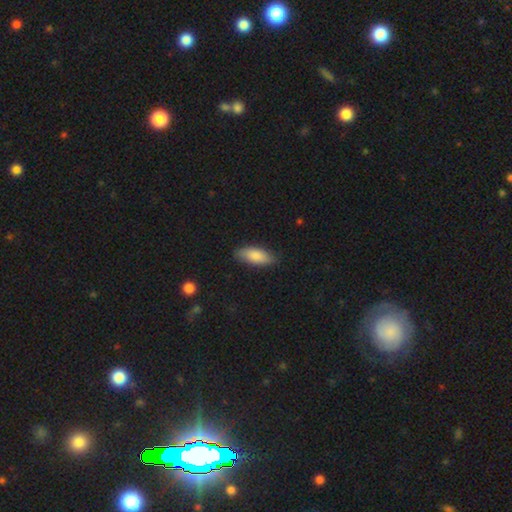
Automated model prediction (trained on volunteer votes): Smooth or featured?
  - smooth: 84% *
  - featured or disk: 10%
  - star or artifact: 6%
How rounded?
  - in between: 78% *
  - cigar-shaped: 20%
  - round: 2%
Merging?
  - none: 83% *
  - minor disturbance: 13%
  - major disturbance: 2%
  - merger: 1%